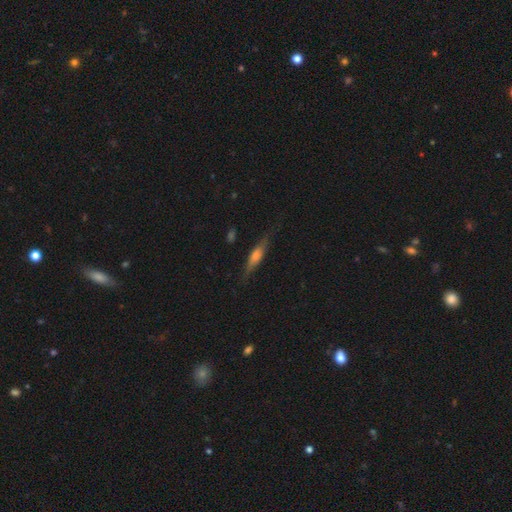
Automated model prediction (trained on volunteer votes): smooth-or-featured: smooth: 47% | featured or disk: 46% | star or artifact: 7%
  merging: none: 76% | minor disturbance: 17% | major disturbance: 5% | merger: 2%